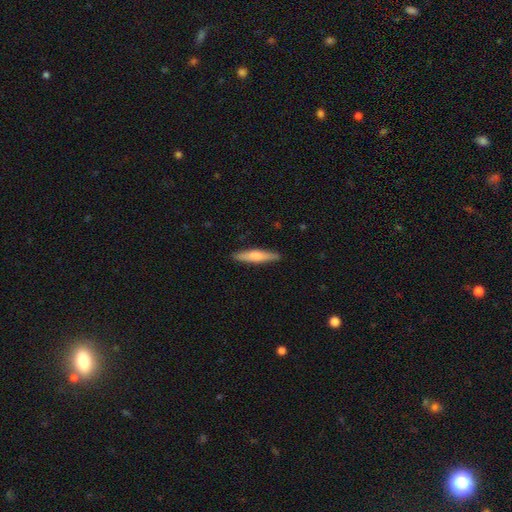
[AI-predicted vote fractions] This is possibly a smooth galaxy (60%). How rounded: clearly cigar-shaped (88%). Merging: clearly none (90%).